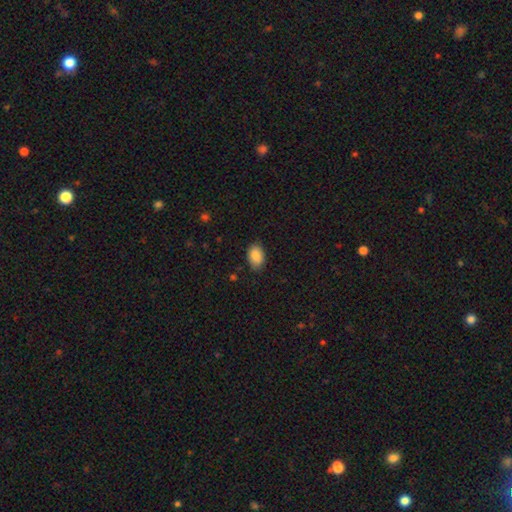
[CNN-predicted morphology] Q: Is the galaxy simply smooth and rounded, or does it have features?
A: smooth — 89%.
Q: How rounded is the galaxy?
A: in between — 89%.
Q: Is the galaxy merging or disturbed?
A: none — 85%.